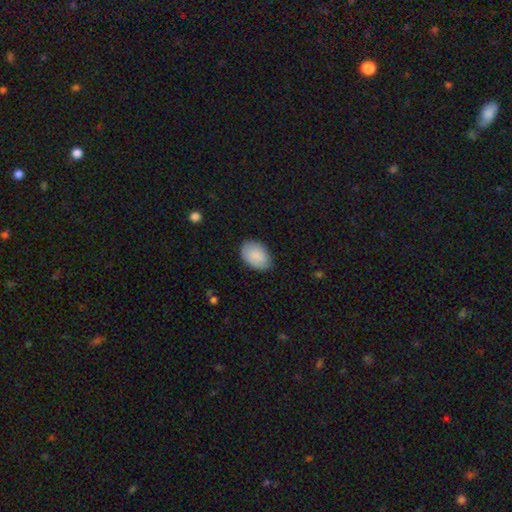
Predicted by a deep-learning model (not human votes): Smooth or featured: smooth — 88% (featured or disk — 6%)
How rounded: in between — 89% (round — 10%)
Merging: none — 80% (minor disturbance — 17%)